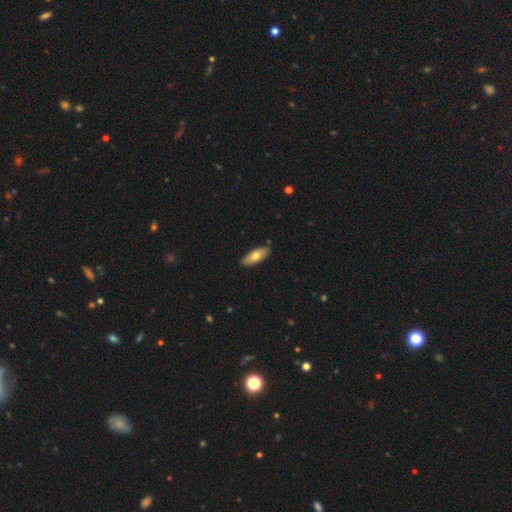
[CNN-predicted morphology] smooth_or_featured: smooth (p=0.70) [alt: featured or disk p=0.25]
how_rounded: in between (p=0.75) [alt: cigar-shaped p=0.23]
merging: none (p=0.88) [alt: minor disturbance p=0.09]